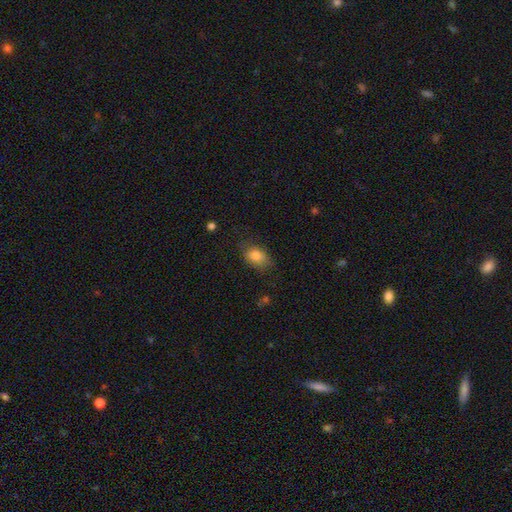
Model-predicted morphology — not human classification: Overall: smooth (84%). How rounded: in between (84%). Merging: none (69%).